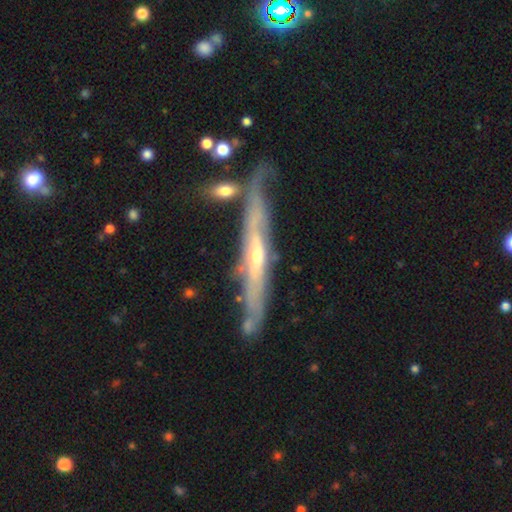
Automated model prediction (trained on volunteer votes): Smooth or featured? Predicted: featured or disk (p=0.81). Edge-on disk? Predicted: yes (p=0.83). Edge-on bulge? Predicted: rounded (p=0.61). Merging? Predicted: none (p=0.69).